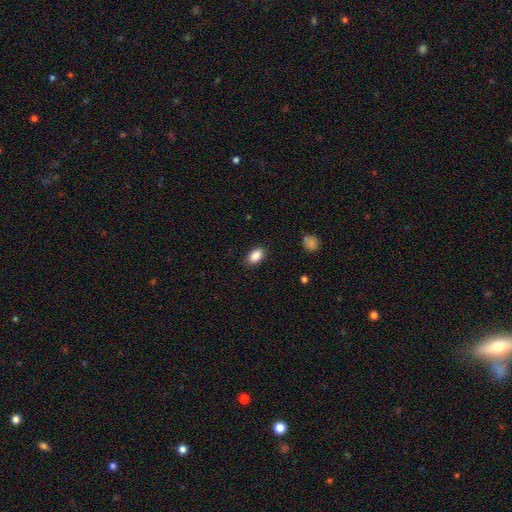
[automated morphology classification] This is clearly a smooth galaxy (89%). How rounded: clearly in between (91%). Merging: clearly none (87%).